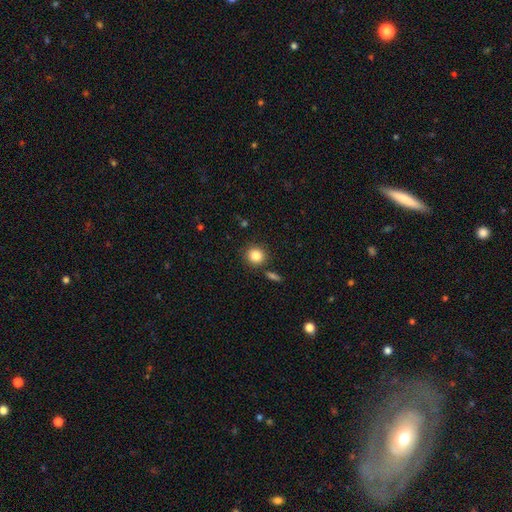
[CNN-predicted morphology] Smooth or featured? Predicted: smooth (p=0.85). How rounded? Predicted: round (p=0.89). Merging? Predicted: none (p=0.84).